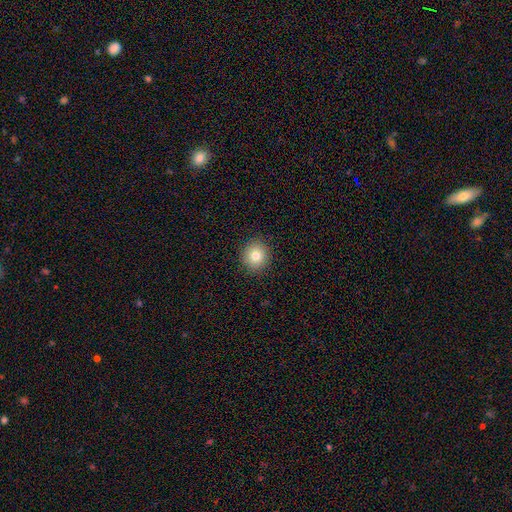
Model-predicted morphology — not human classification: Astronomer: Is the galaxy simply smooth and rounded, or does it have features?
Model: smooth — 80%.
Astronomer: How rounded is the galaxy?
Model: round — 88%.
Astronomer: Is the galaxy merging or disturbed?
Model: none — 91%.